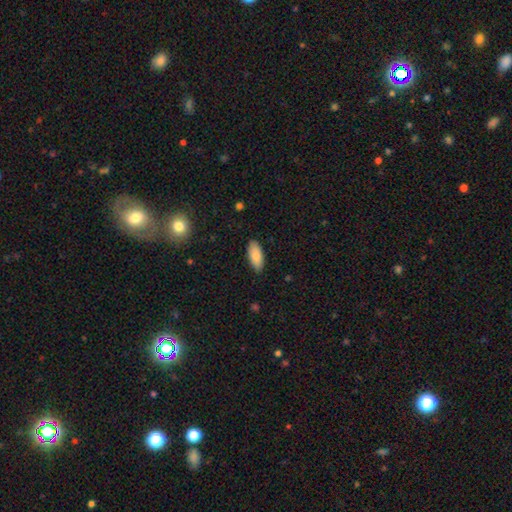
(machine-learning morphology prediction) A smooth galaxy with no disk features (86%) that is in between round and cigar-shaped (87%). Merging: none (87%).